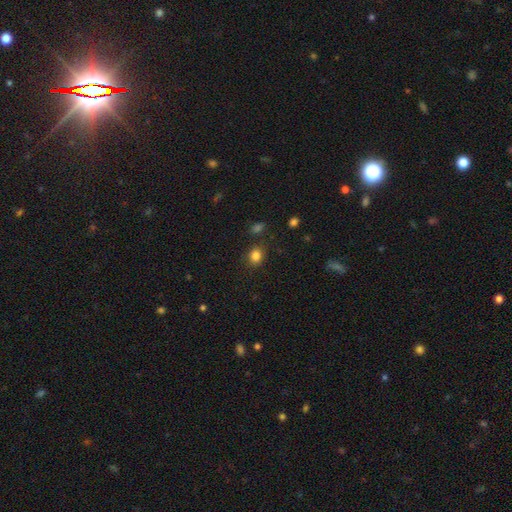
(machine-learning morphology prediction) A smooth galaxy with no disk features (83%) that is round (63%). Merging: none (83%).